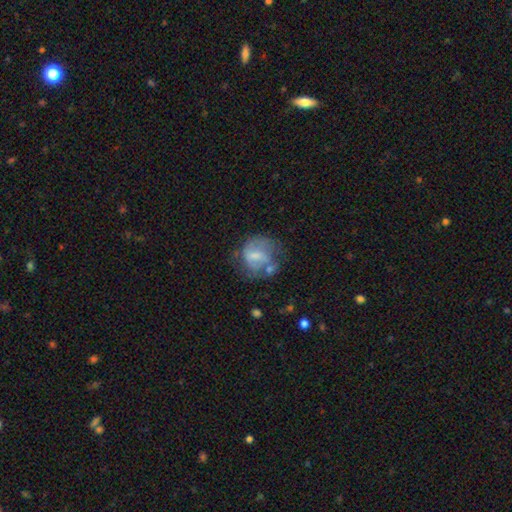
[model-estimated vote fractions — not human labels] smooth_or_featured: smooth (p=0.47) [alt: featured or disk p=0.45]
merging: none (p=0.37) [alt: minor disturbance p=0.25]